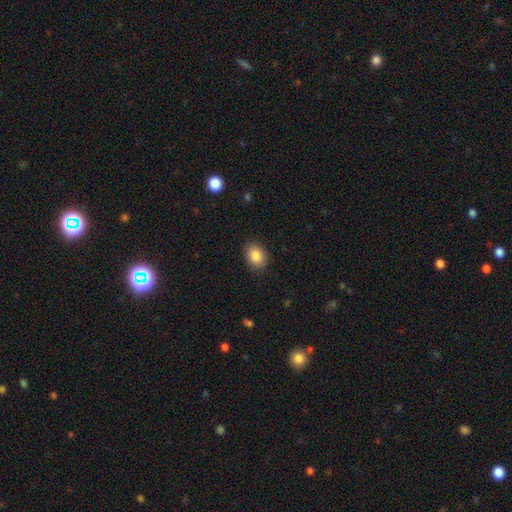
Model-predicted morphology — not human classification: type=smooth (87%); roundness=in between (72%); merging=none (87%).